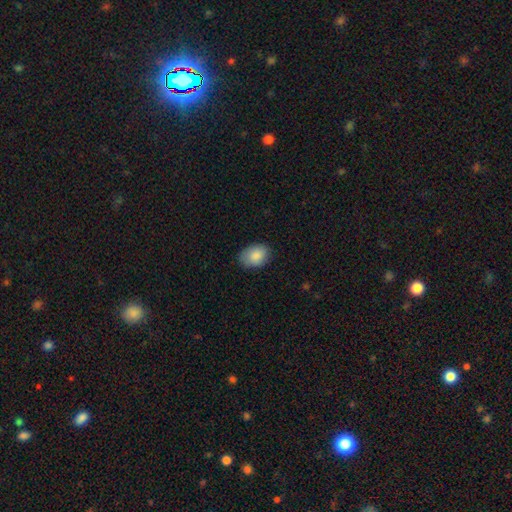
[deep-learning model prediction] Smooth or featured? Predicted: smooth (p=0.87). How rounded? Predicted: in between (p=0.79). Merging? Predicted: none (p=0.81).